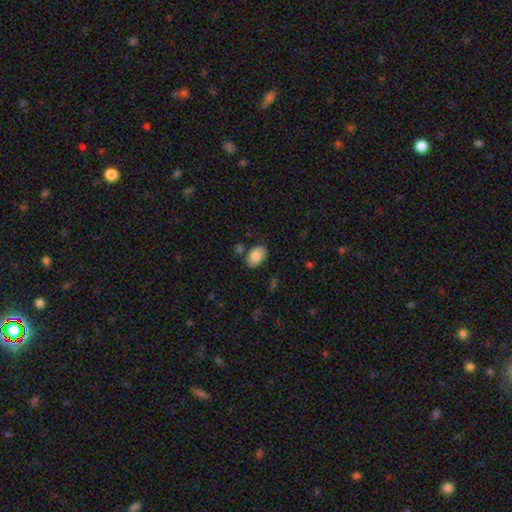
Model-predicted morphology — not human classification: Smooth or featured? smooth (86%)
How rounded? in between (88%)
Merging? none (73%)